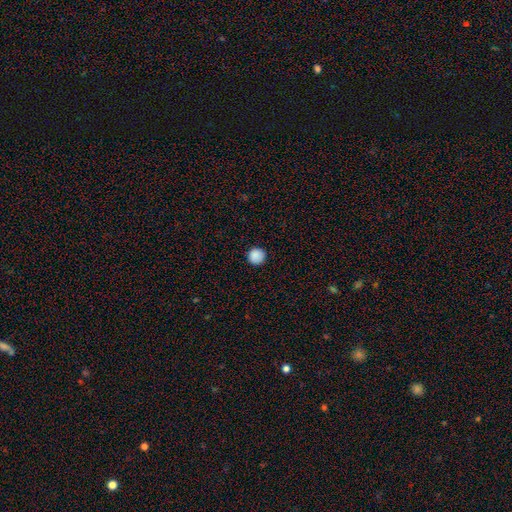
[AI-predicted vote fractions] This is clearly a smooth galaxy (89%). How rounded: clearly round (95%). Merging: clearly none (92%).